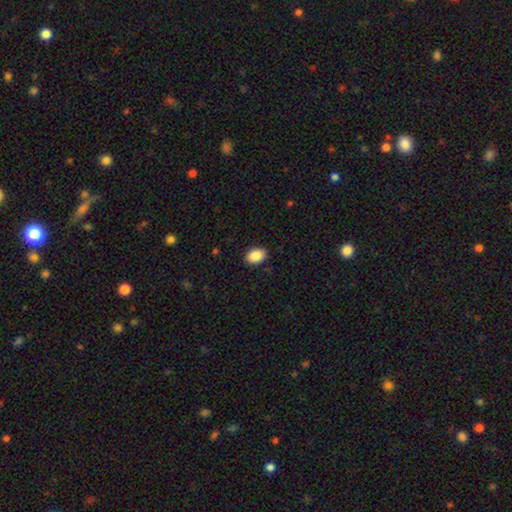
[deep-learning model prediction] Morphology: type=smooth (88%); roundness=in between (79%); merging=none (90%).